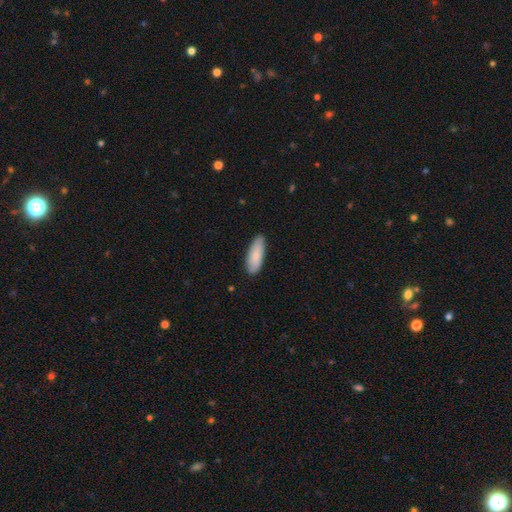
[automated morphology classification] Smooth or featured?
  - smooth: 83% *
  - featured or disk: 12%
  - star or artifact: 5%
How rounded?
  - in between: 69% *
  - cigar-shaped: 29%
  - round: 2%
Merging?
  - none: 85% *
  - minor disturbance: 12%
  - major disturbance: 2%
  - merger: 1%